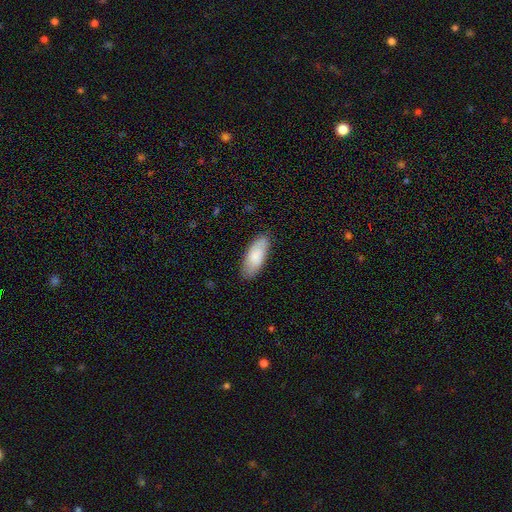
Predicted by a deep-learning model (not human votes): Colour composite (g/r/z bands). It shows a smooth galaxy with no disk features (83%) that is in between round and cigar-shaped (80%). Merging: none (83%).